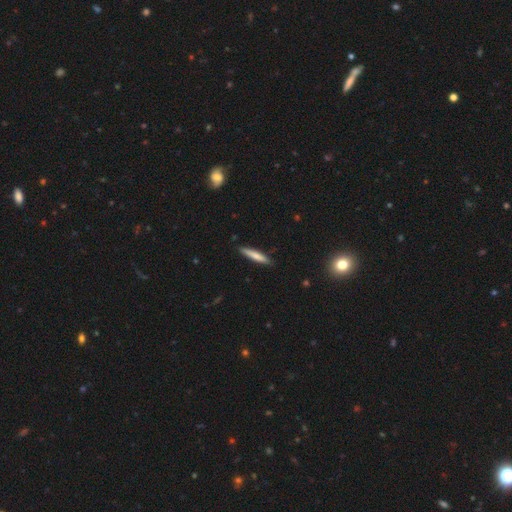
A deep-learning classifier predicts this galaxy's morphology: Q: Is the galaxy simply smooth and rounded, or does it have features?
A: smooth — 71%.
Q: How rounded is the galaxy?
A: cigar-shaped — 92%.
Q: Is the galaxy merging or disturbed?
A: none — 88%.